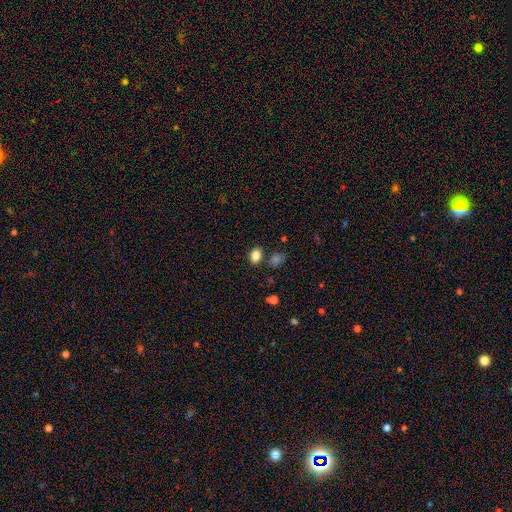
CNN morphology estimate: The model was most divided on "how rounded": in between: 75%, round: 24%, cigar-shaped: 1%. More confident: smooth or featured — smooth (85%); merging — none (81%).